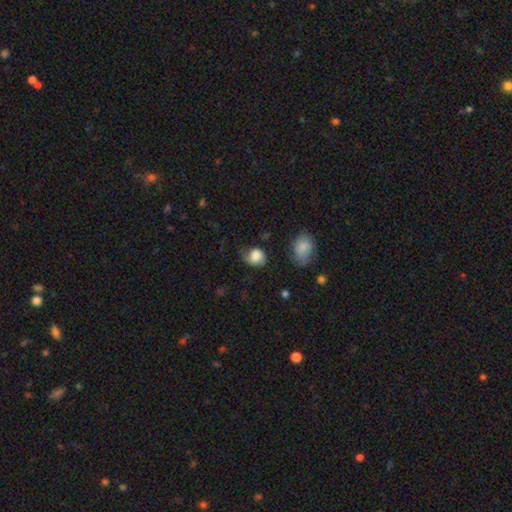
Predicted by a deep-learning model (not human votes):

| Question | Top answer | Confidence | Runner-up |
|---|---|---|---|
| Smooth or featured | smooth | 76% | featured or disk (16%) |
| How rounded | round | 59% | in between (40%) |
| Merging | none | 46% | minor disturbance (34%) |